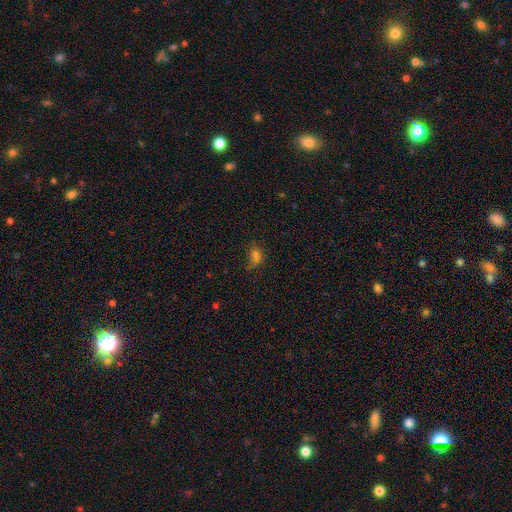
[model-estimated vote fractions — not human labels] This is likely a smooth galaxy (69%). How rounded: likely in between (73%). Merging: possibly none (48%).